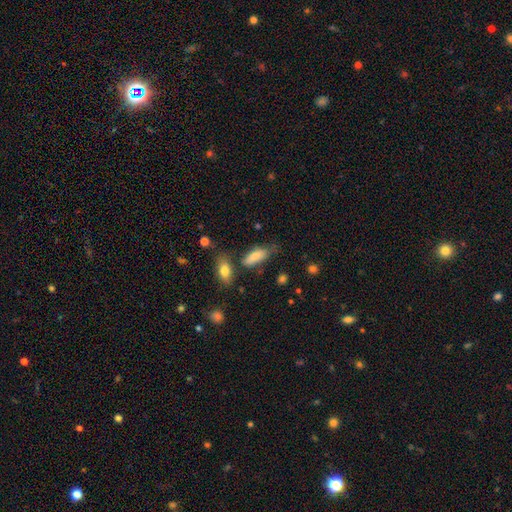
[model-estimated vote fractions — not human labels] Overall: smooth (80%). How rounded: in between (78%). Merging: none (56%; minor disturbance 27%).